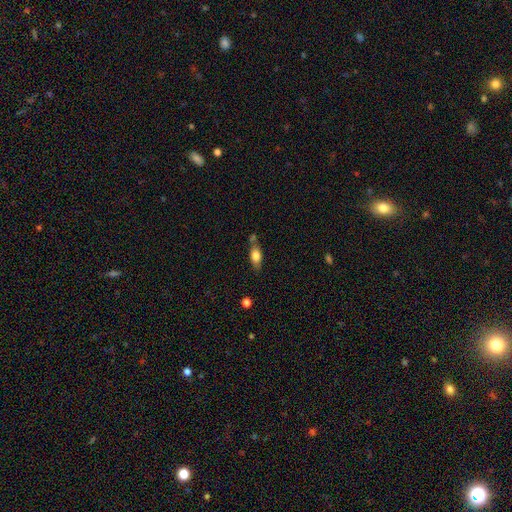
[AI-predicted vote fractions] Q: Smooth or featured?
A: smooth (73%); runner-up: featured or disk (20%)
Q: How rounded?
A: in between (76%); runner-up: cigar-shaped (18%)
Q: Merging?
A: none (60%); runner-up: minor disturbance (20%)